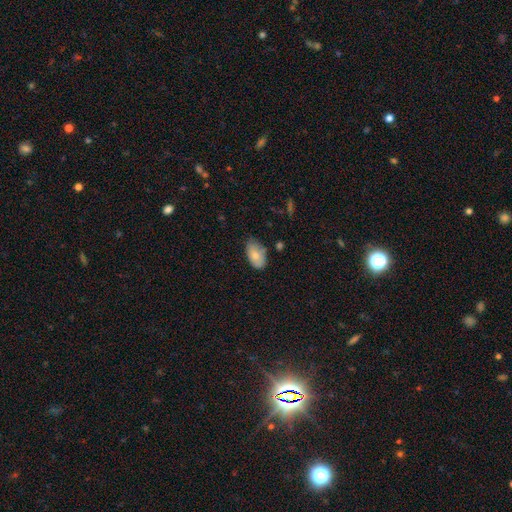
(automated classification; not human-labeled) This appears to be a smooth galaxy with no disk features (79%) that is in between round and cigar-shaped (93%). Merging: none (62%).